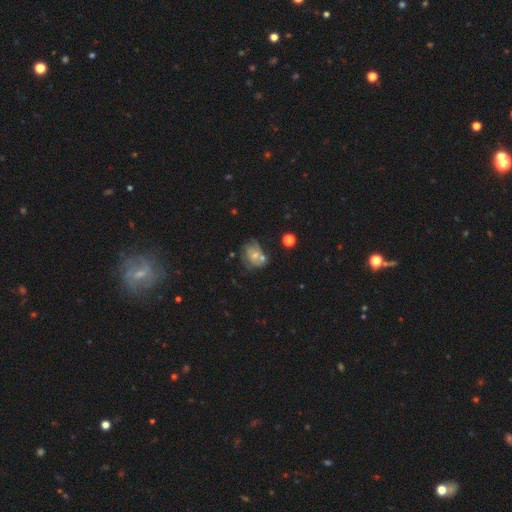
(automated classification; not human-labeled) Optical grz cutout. It shows a featured or disk galaxy (49%). Merging: none (40%).